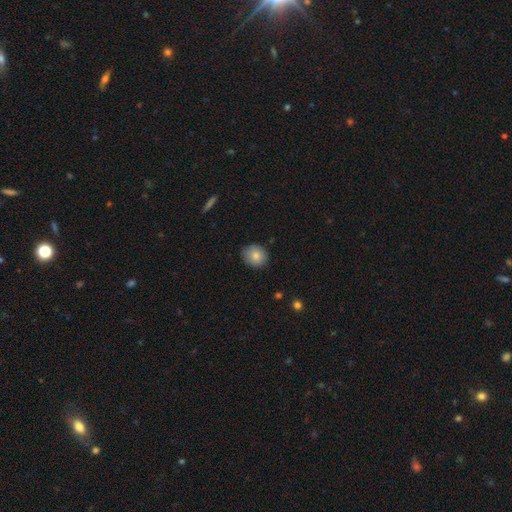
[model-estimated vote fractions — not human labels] This is clearly a smooth galaxy (82%). How rounded: likely round (72%). Merging: clearly none (84%).